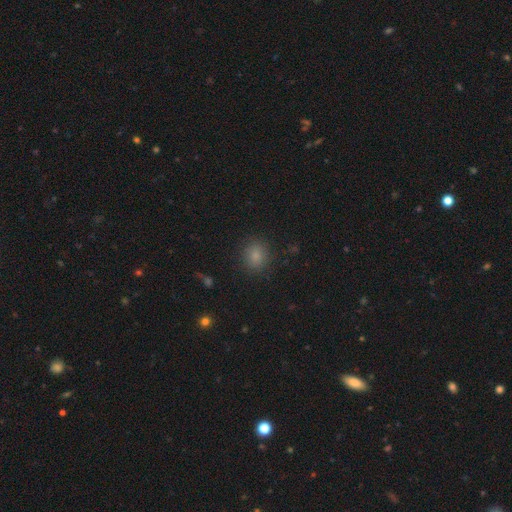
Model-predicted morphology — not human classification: Smooth or featured? smooth (83%)
How rounded? round (72%)
Merging? none (87%)